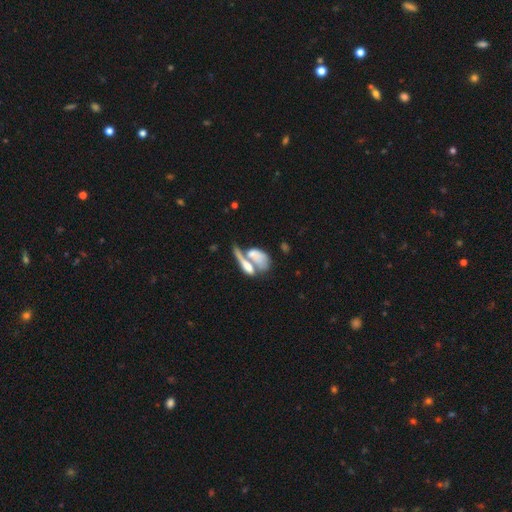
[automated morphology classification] The model was most divided on "smooth or featured": smooth: 58%, featured or disk: 34%, star or artifact: 8%. More confident: how rounded — in between (77%); merging — merger (65%).